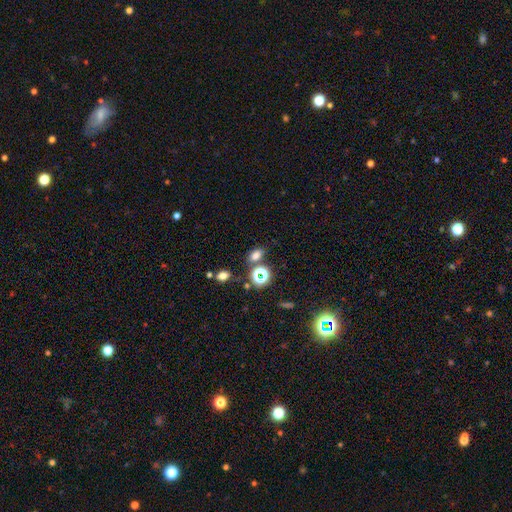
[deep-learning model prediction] Overall: smooth (66%; star or artifact 26%). How rounded: in between (74%). Merging: none (72%).